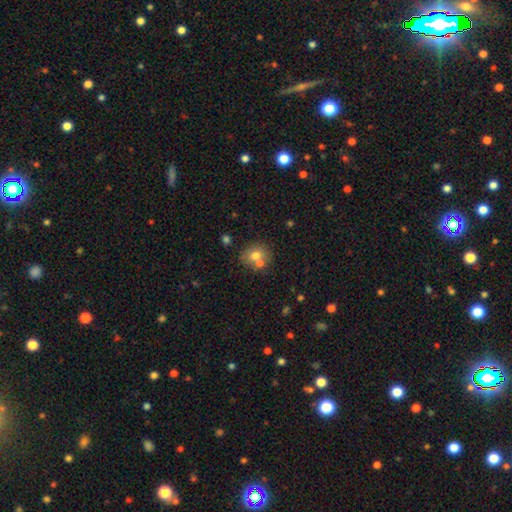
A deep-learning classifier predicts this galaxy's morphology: type=smooth (69%); roundness=round (71%); merging=none (54%).